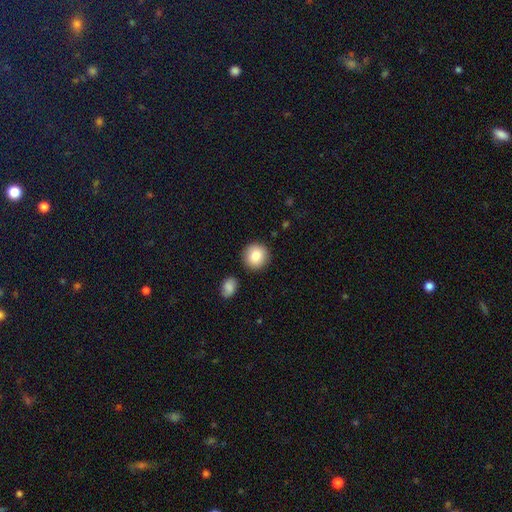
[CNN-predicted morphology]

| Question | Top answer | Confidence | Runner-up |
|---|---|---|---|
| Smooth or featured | smooth | 85% | star or artifact (8%) |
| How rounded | round | 91% | in between (8%) |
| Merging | none | 87% | minor disturbance (7%) |